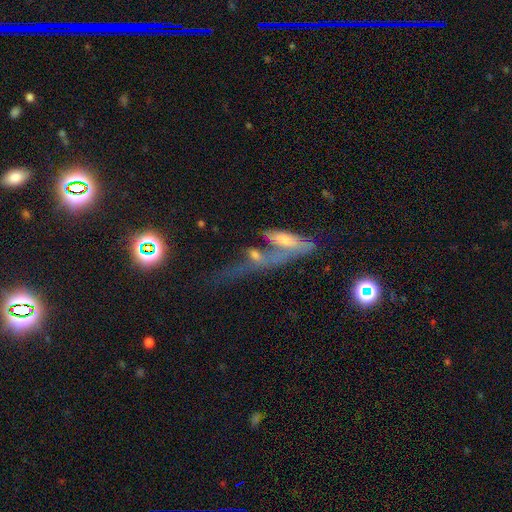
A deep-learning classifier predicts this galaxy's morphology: smooth-or-featured: smooth: 47% | featured or disk: 40% | star or artifact: 13%
  merging: merger: 52% | none: 21% | major disturbance: 16% | minor disturbance: 11%